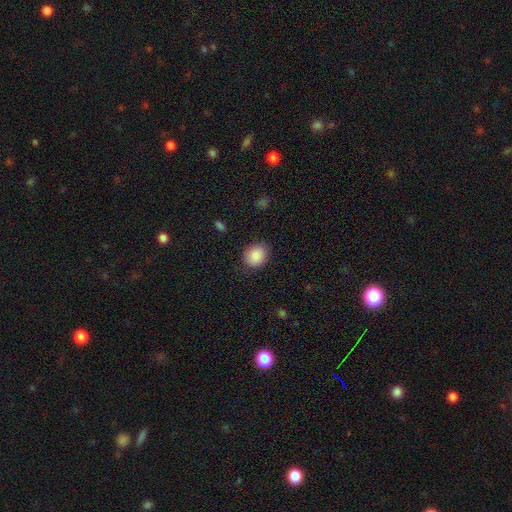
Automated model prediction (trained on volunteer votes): Smooth or featured: smooth — 89% (star or artifact — 8%)
How rounded: round — 59% (in between — 40%)
Merging: none — 83% (minor disturbance — 12%)